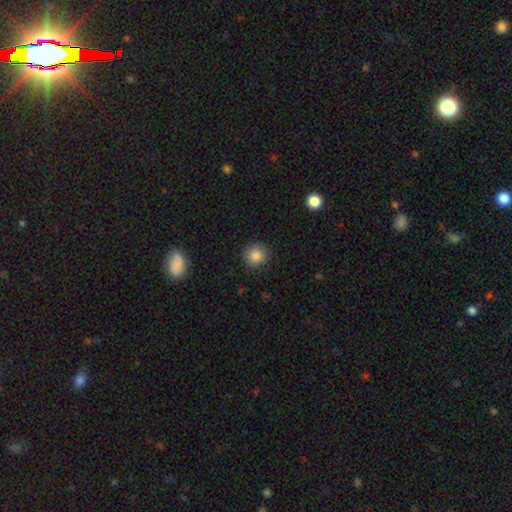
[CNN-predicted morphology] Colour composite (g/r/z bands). It shows a smooth galaxy with no disk features (86%) that is round (91%). Merging: none (88%).